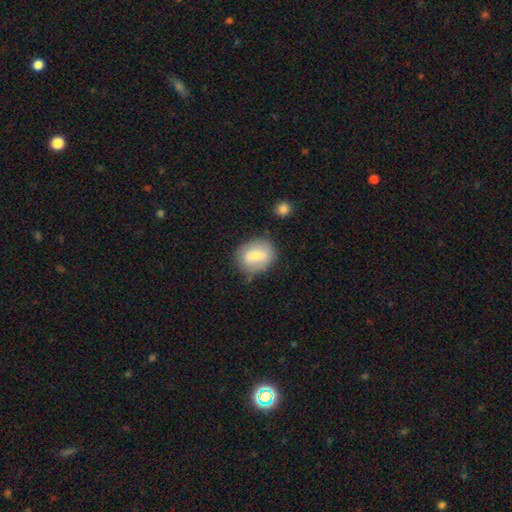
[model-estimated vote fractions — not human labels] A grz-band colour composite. It shows a smooth galaxy with no disk features (66%) that is round (52%). Merging: none (71%).